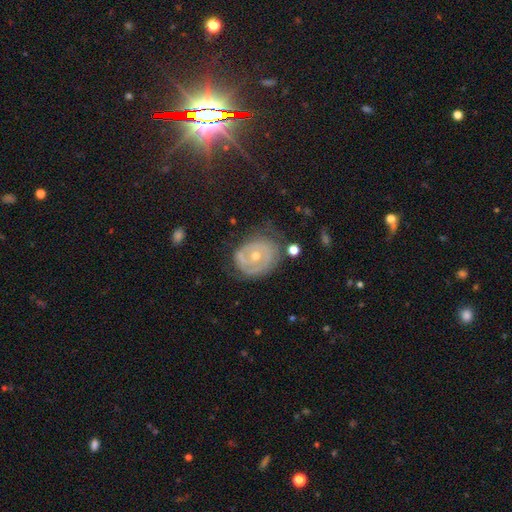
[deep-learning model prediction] smooth_or_featured: featured or disk (p=0.76) [alt: smooth p=0.15]
disk_edge_on: no (p=0.97) [alt: yes p=0.03]
bar: no (p=0.74) [alt: weak p=0.20]
has_spiral_arms: yes (p=0.75) [alt: no p=0.25]
spiral_winding: tight (p=0.71) [alt: medium p=0.21]
spiral_arm_count: 2 (p=0.40) [alt: can't tell p=0.36]
bulge_size: moderate (p=0.49) [alt: small p=0.48]
merging: none (p=0.66) [alt: minor disturbance p=0.23]